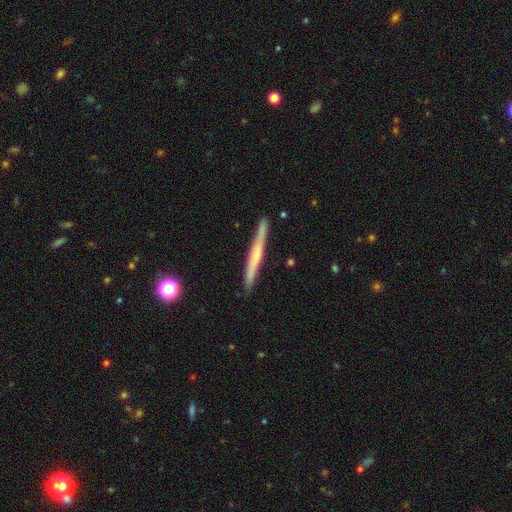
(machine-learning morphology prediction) Smooth or featured? featured or disk (57%)
Edge-on disk? yes (97%)
Edge-on bulge? none (50%)
Merging? none (89%)